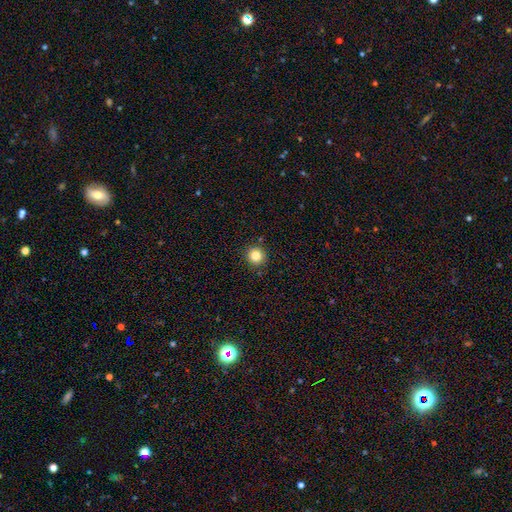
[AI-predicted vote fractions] Smooth or featured?
  - smooth: 83% *
  - star or artifact: 11%
  - featured or disk: 5%
How rounded?
  - round: 94% *
  - in between: 5%
  - cigar-shaped: 1%
Merging?
  - none: 91% *
  - minor disturbance: 6%
  - major disturbance: 2%
  - merger: 2%